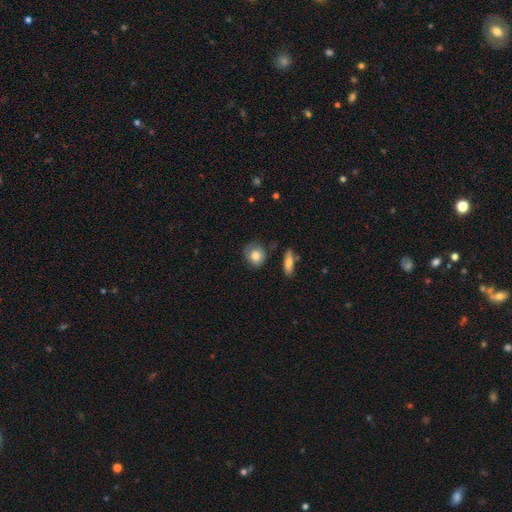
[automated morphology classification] Smooth or featured?
  - smooth: 76% *
  - featured or disk: 17%
  - star or artifact: 7%
How rounded?
  - round: 76% *
  - in between: 22%
  - cigar-shaped: 2%
Merging?
  - none: 66% *
  - minor disturbance: 23%
  - major disturbance: 7%
  - merger: 4%